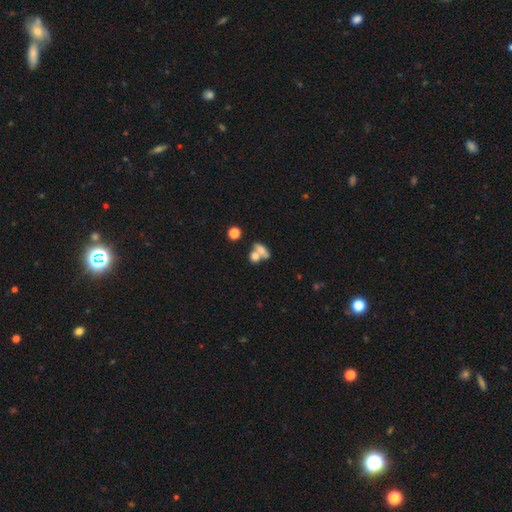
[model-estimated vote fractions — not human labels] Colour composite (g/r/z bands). It shows a smooth galaxy with no disk features (67%) that is in between round and cigar-shaped (59%). Merging: merger (60%).